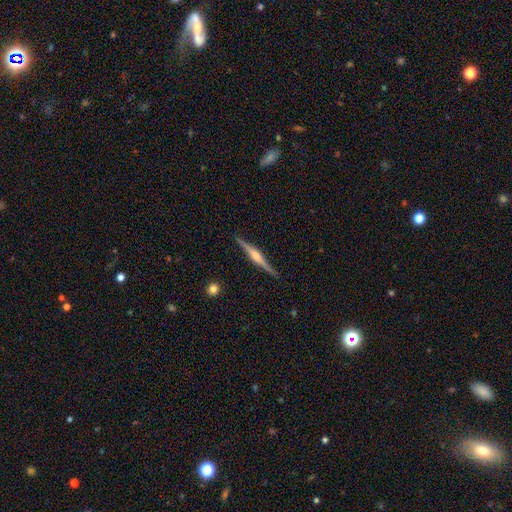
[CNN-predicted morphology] A featured or disk galaxy (82%) viewed edge-on (98%) with a rounded central bulge (87%).

Vote fractions:
- Smooth or featured? featured or disk: 82% / smooth: 13% / star or artifact: 5%
- Edge-on disk? yes: 98% / no: 2%
- Edge-on bulge? rounded: 87% / boxy: 9% / none: 5%
- Merging? none: 90% / minor disturbance: 7% / major disturbance: 1% / merger: 1%